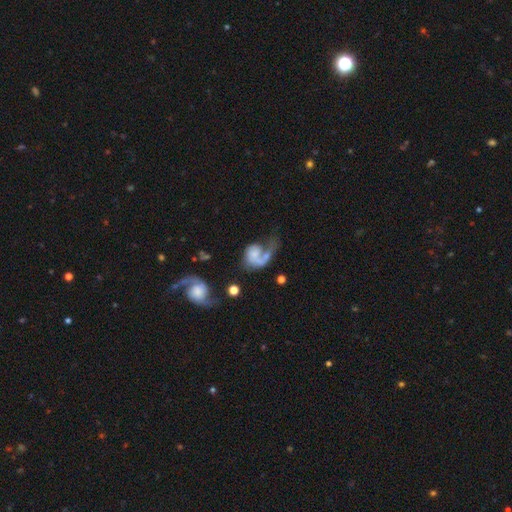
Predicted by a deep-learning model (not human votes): This appears to be a featured or disk galaxy (62%) with no bar (76%), spiral arms (81%) and no central bulge (40%). Merging: major disturbance (42%).